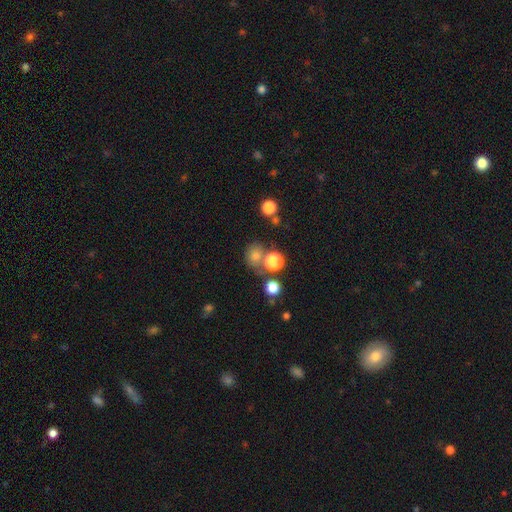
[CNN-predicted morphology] This is likely a smooth galaxy (74%). How rounded: likely round (72%). Merging: possibly none (54%).